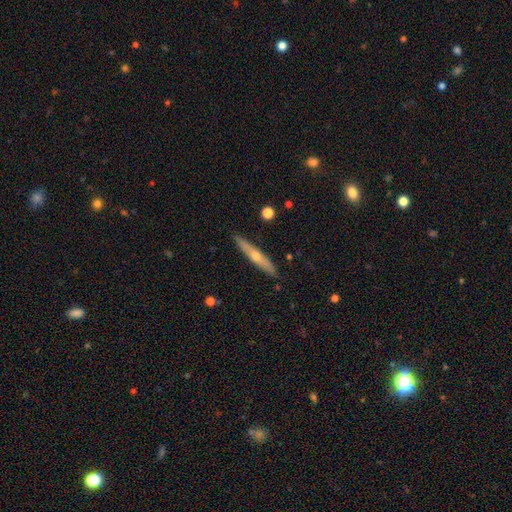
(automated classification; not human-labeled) Smooth or featured?
  - featured or disk: 57% *
  - smooth: 37%
  - star or artifact: 6%
Edge-on disk?
  - yes: 93% *
  - no: 7%
Edge-on bulge?
  - rounded: 79% *
  - none: 18%
  - boxy: 2%
Merging?
  - none: 89% *
  - minor disturbance: 8%
  - major disturbance: 1%
  - merger: 1%